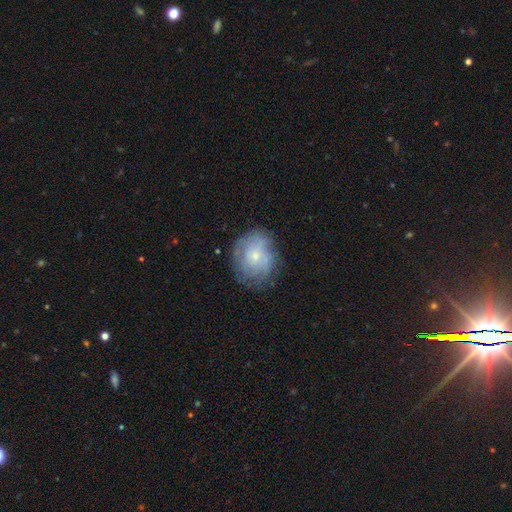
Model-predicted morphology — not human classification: The model was most divided on "smooth or featured": smooth: 52%, featured or disk: 39%, star or artifact: 9%. More confident: merging — none (65%); how rounded — round (65%).